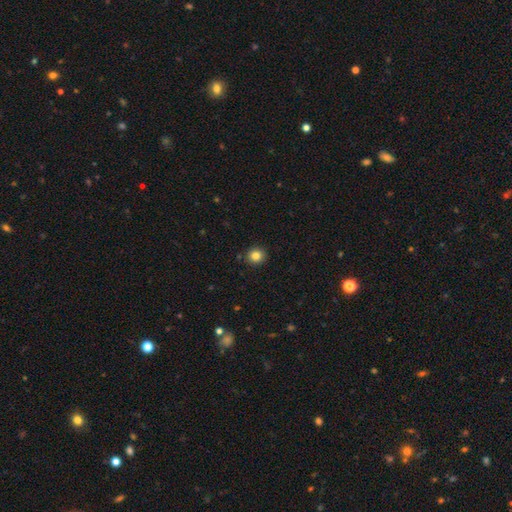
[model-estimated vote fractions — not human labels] smooth_or_featured: smooth (p=0.84) [alt: star or artifact p=0.11]
how_rounded: round (p=0.91) [alt: in between p=0.09]
merging: none (p=0.91) [alt: minor disturbance p=0.06]